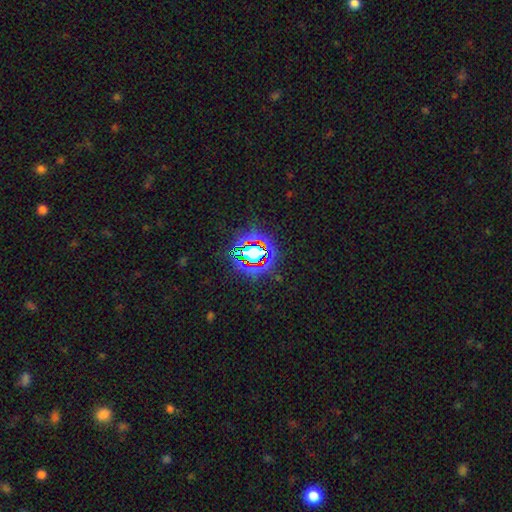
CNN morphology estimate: Overall: star or artifact (72%).